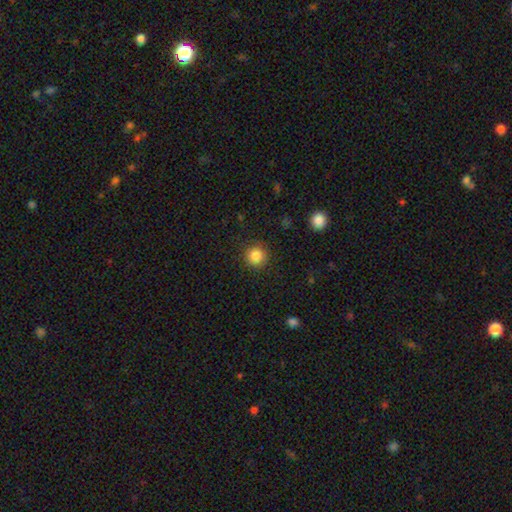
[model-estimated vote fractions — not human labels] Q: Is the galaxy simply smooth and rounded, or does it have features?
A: smooth — 85%.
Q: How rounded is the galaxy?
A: round — 93%.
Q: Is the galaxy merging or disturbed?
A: none — 89%.